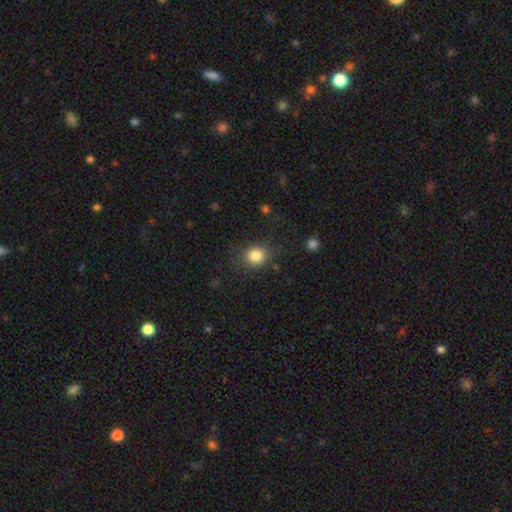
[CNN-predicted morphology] Overall: smooth (83%). How rounded: round (76%). Merging: none (78%).